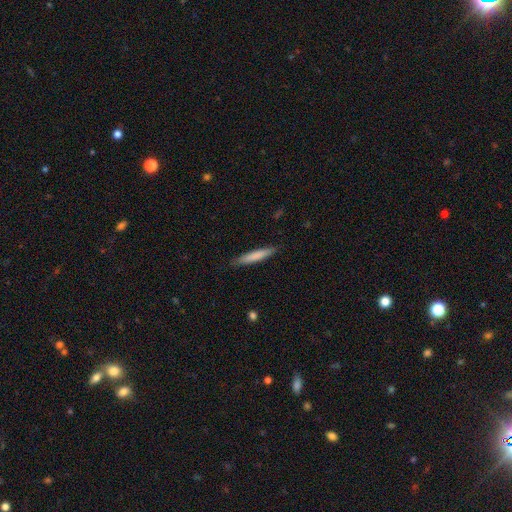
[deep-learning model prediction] smooth 77%, featured or disk 18%, star or artifact 5%. Down the decision tree: how rounded — cigar-shaped (93%); merging — none (88%).